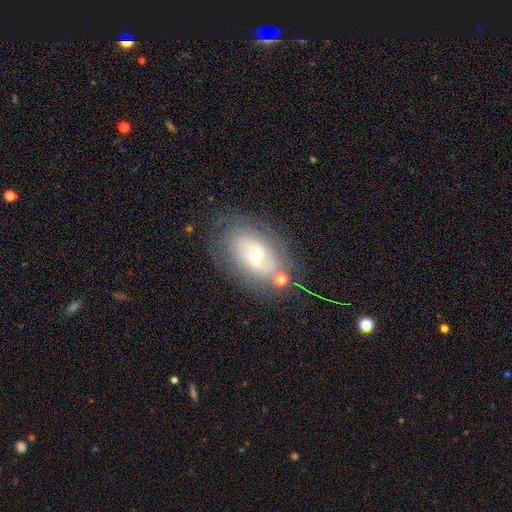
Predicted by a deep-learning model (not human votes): smooth_or_featured: featured or disk (p=0.56) [alt: smooth p=0.33]
disk_edge_on: no (p=0.92) [alt: yes p=0.08]
bar: no (p=0.53) [alt: weak p=0.35]
has_spiral_arms: yes (p=0.57) [alt: no p=0.43]
bulge_size: moderate (p=0.60) [alt: small p=0.34]
merging: none (p=0.66) [alt: minor disturbance p=0.18]